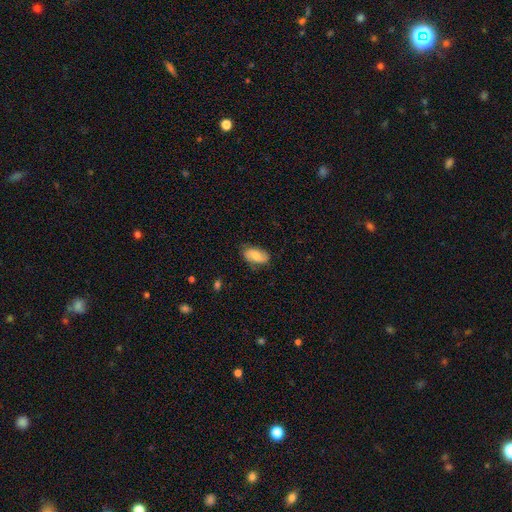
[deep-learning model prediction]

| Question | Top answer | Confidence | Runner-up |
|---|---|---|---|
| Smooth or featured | smooth | 57% | featured or disk (36%) |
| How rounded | in between | 92% | round (5%) |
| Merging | none | 75% | minor disturbance (20%) |